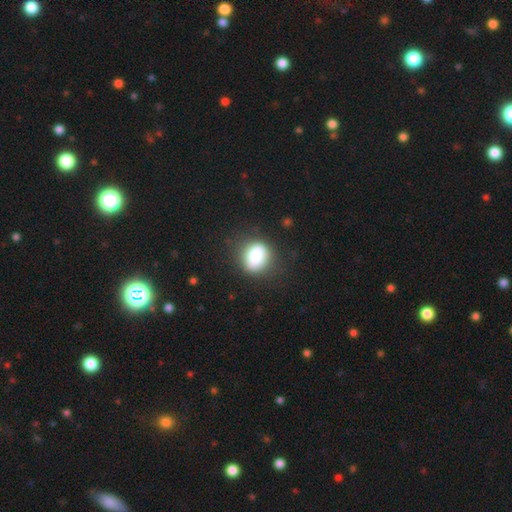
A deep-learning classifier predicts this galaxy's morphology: A smooth galaxy with no disk features (80%) that is round (66%).

Vote fractions:
- Smooth or featured? smooth: 80% / featured or disk: 10% / star or artifact: 9%
- How rounded? round: 66% / in between: 32% / cigar-shaped: 1%
- Merging? none: 78% / minor disturbance: 15% / major disturbance: 6% / merger: 2%